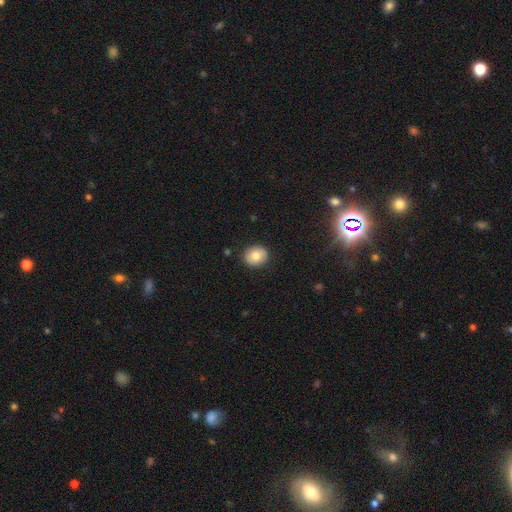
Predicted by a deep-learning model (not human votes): Smooth or featured?
  - smooth: 79% *
  - featured or disk: 13%
  - star or artifact: 9%
How rounded?
  - round: 73% *
  - in between: 26%
  - cigar-shaped: 1%
Merging?
  - none: 88% *
  - minor disturbance: 9%
  - major disturbance: 2%
  - merger: 1%